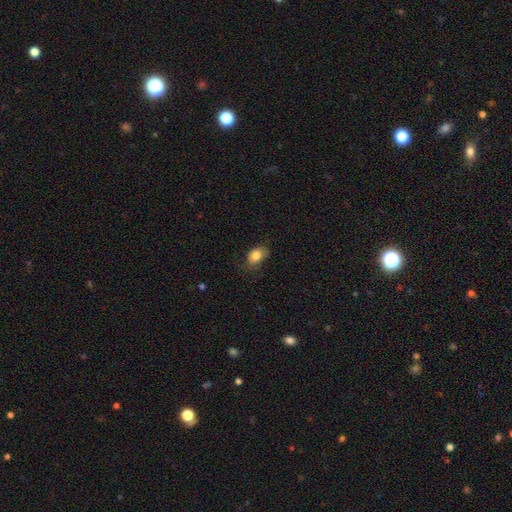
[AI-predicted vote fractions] Smooth or featured: smooth — 83% (featured or disk — 8%)
How rounded: in between — 81% (round — 18%)
Merging: none — 68% (minor disturbance — 24%)